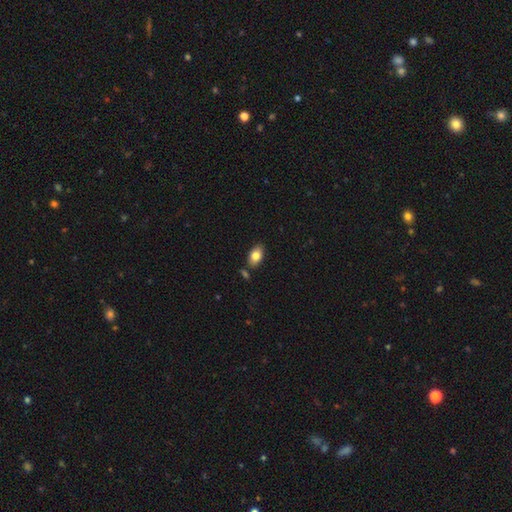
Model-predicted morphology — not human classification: Smooth or featured? Predicted: smooth (p=0.81). How rounded? Predicted: in between (p=0.90). Merging? Predicted: none (p=0.79).